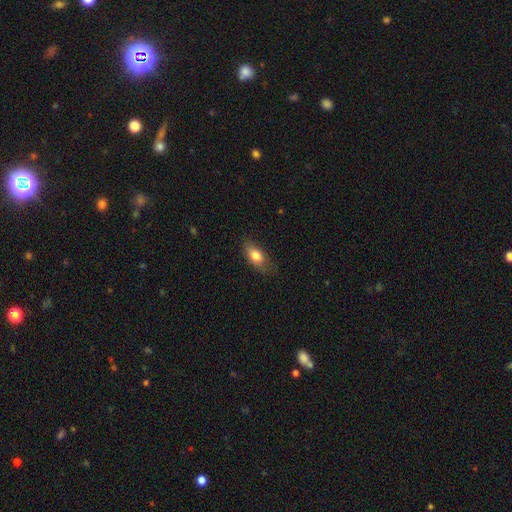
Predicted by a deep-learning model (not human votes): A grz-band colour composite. It shows a smooth galaxy with no disk features (77%) that is in between round and cigar-shaped (85%). Merging: none (72%).